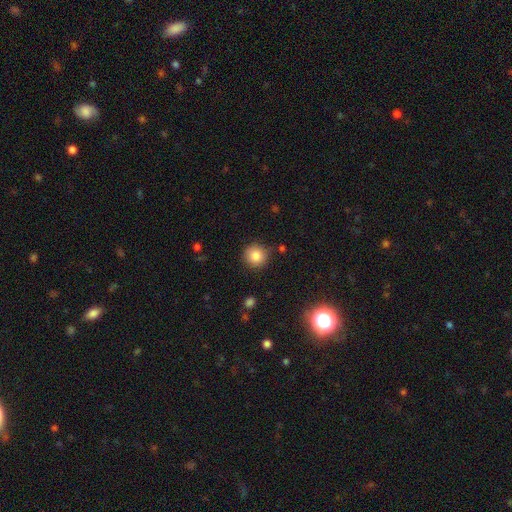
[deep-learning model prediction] This is clearly a smooth galaxy (84%). How rounded: clearly round (94%). Merging: clearly none (87%).